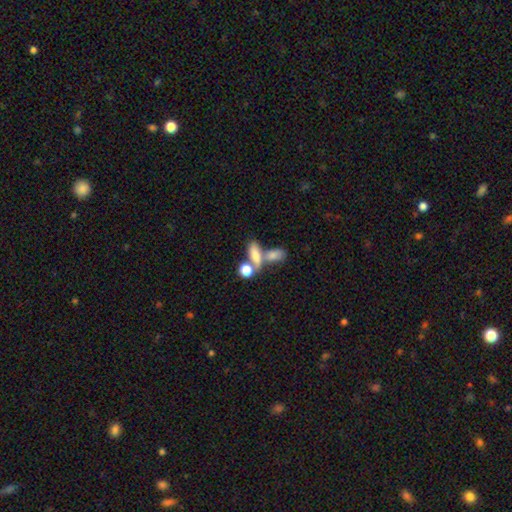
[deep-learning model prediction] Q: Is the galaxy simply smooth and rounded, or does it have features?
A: smooth — 74%.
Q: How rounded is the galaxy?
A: in between — 72%.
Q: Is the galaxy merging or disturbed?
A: merger — 51%.